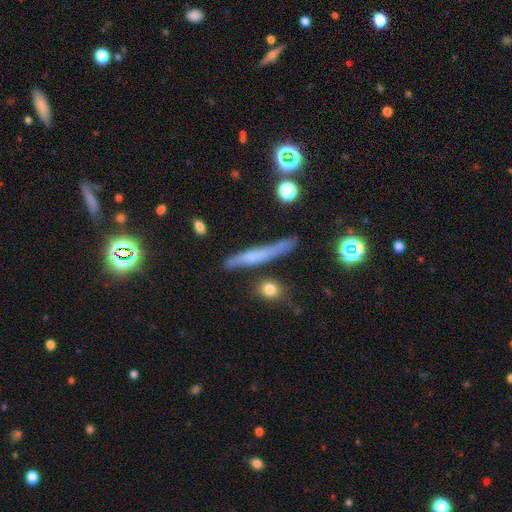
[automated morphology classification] Smooth or featured: smooth — 48% (featured or disk — 41%)
Merging: none — 69% (minor disturbance — 20%)